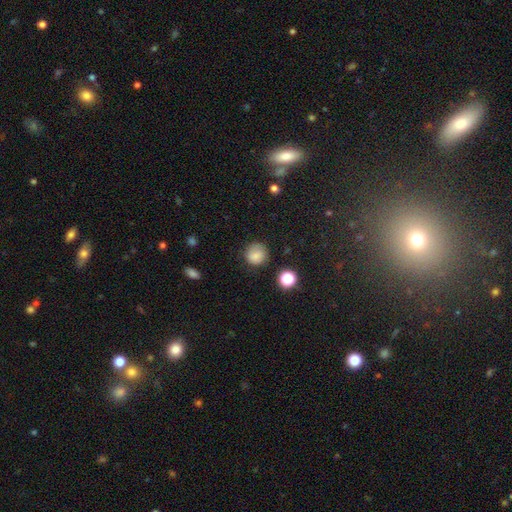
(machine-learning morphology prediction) Smooth or featured: smooth — 79% (star or artifact — 12%)
How rounded: round — 89% (in between — 10%)
Merging: none — 76% (minor disturbance — 17%)